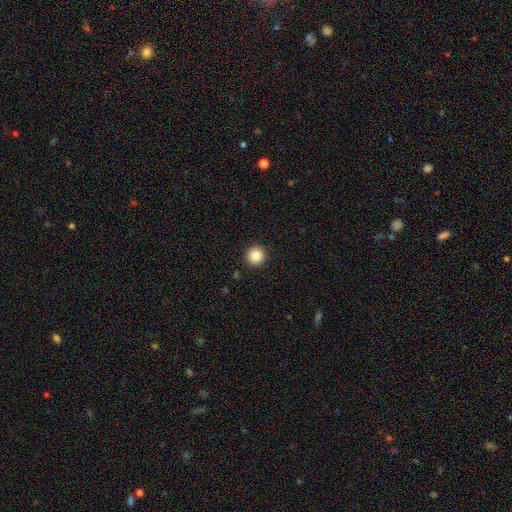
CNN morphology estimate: This is clearly a smooth galaxy (87%). How rounded: clearly round (95%). Merging: clearly none (92%).